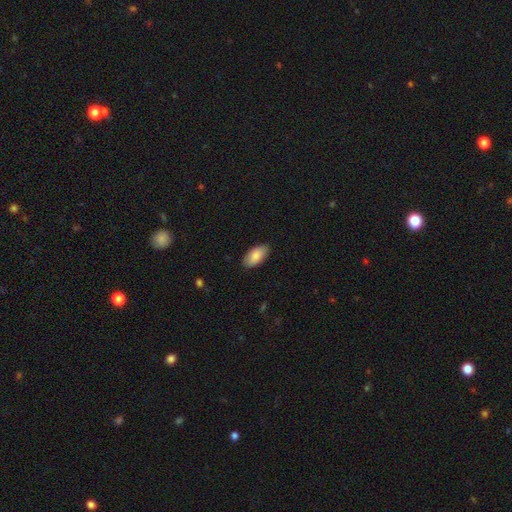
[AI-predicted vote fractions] Smooth or featured?
  - smooth: 85% *
  - featured or disk: 9%
  - star or artifact: 6%
How rounded?
  - in between: 94% *
  - cigar-shaped: 4%
  - round: 2%
Merging?
  - none: 87% *
  - minor disturbance: 10%
  - major disturbance: 2%
  - merger: 1%